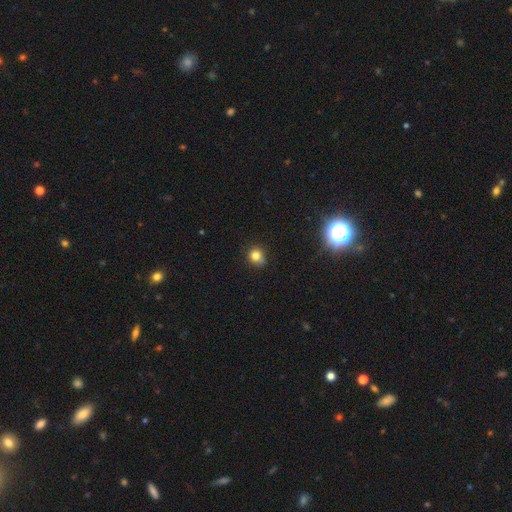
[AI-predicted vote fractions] This is likely a smooth galaxy (80%). How rounded: clearly round (80%). Merging: likely none (76%).